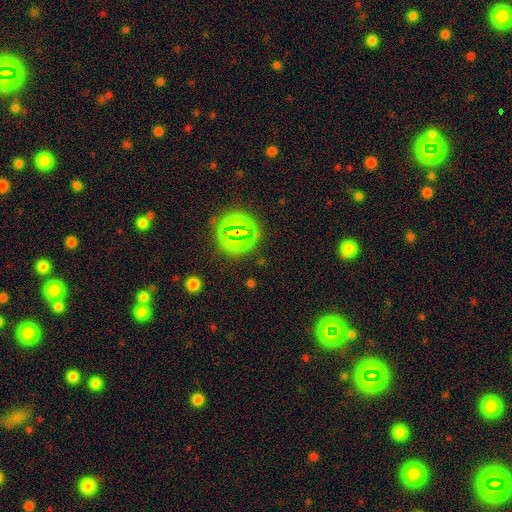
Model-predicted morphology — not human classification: type=star or artifact (74%).